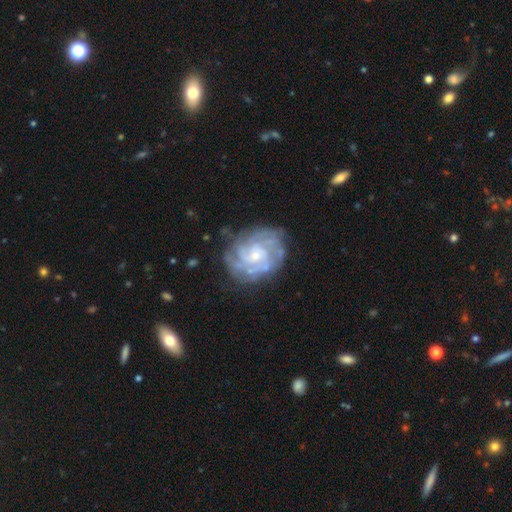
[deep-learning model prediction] smooth_or_featured: featured or disk (p=0.86) [alt: smooth p=0.08]
disk_edge_on: no (p=0.98) [alt: yes p=0.02]
bar: no (p=0.65) [alt: weak p=0.29]
has_spiral_arms: yes (p=0.96) [alt: no p=0.04]
spiral_winding: tight (p=0.66) [alt: medium p=0.28]
spiral_arm_count: can't tell (p=0.30) [alt: 3 p=0.21]
bulge_size: small (p=0.65) [alt: moderate p=0.28]
merging: none (p=0.74) [alt: minor disturbance p=0.17]